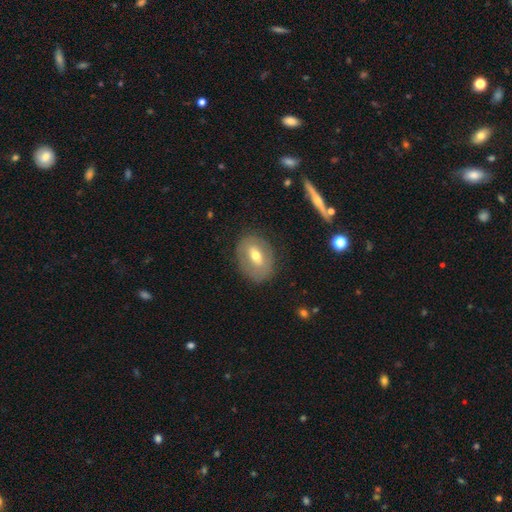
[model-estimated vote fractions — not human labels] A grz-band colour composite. It shows a featured or disk galaxy (48%). Merging: none (80%).